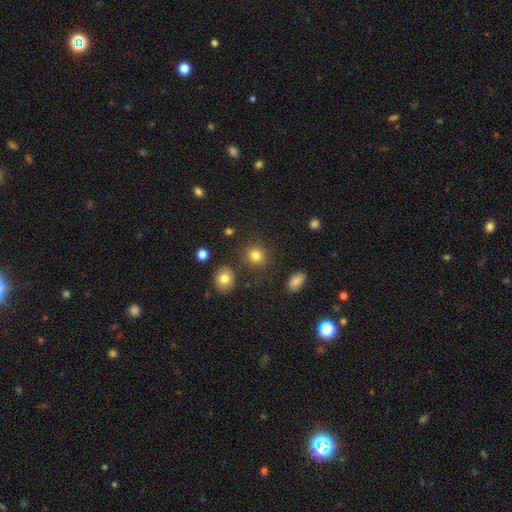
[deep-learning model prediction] This is clearly a smooth galaxy (80%). How rounded: clearly round (84%). Merging: clearly none (83%).